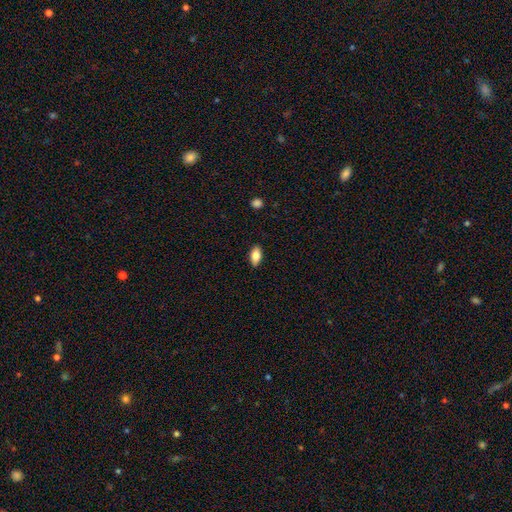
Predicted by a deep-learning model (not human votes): smooth-or-featured: smooth: 78% | featured or disk: 14% | star or artifact: 7%
  how-rounded: in between: 90% | cigar-shaped: 7% | round: 3%
  merging: none: 88% | minor disturbance: 9% | major disturbance: 2% | merger: 1%